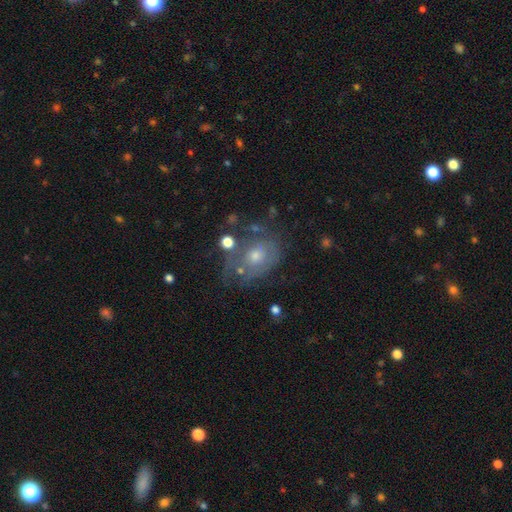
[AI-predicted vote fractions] Overall: featured or disk (56%; smooth 30%). Edge-on disk: no (96%). Bar: no (83%). Spiral arms: yes (59%; no 41%). Bulge size: moderate (53%; small 38%). Merging: none (50%; minor disturbance 24%).